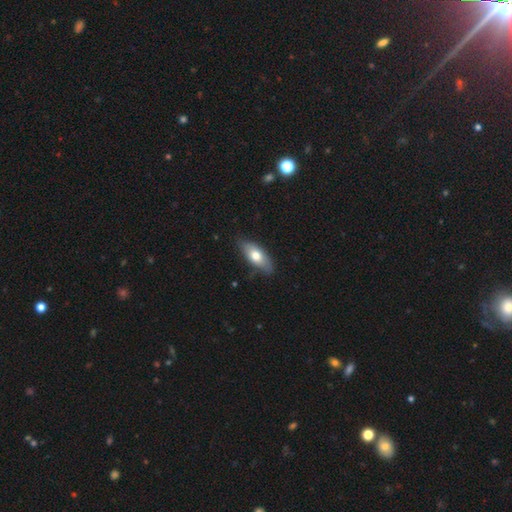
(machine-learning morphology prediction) Smooth or featured? Predicted: smooth (p=0.67). How rounded? Predicted: in between (p=0.81). Merging? Predicted: none (p=0.77).